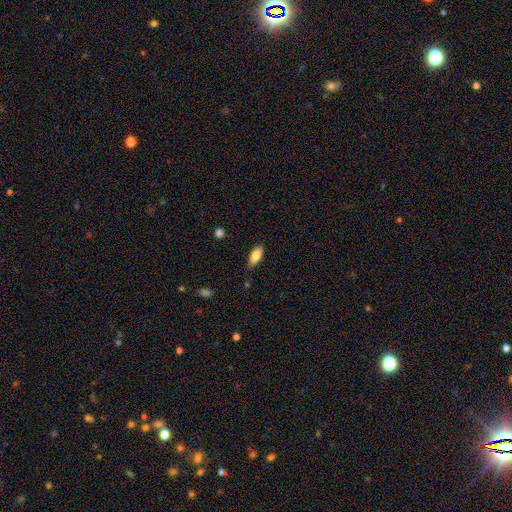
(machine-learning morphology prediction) Smooth or featured? smooth (83%)
How rounded? in between (87%)
Merging? none (82%)